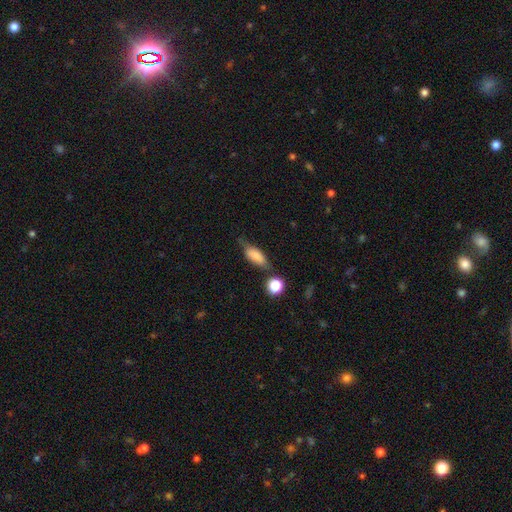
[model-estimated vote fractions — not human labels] smooth 76%, featured or disk 16%, star or artifact 8%. Down the decision tree: how rounded — in between (73%); merging — none (55%).